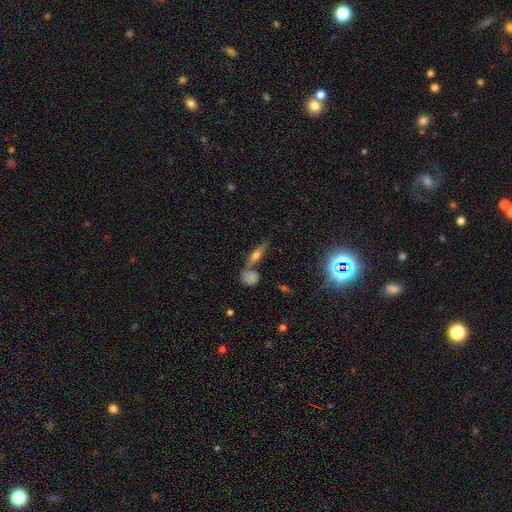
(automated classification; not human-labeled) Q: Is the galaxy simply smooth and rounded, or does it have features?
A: featured or disk — 46%.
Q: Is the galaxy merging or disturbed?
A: none — 66%.